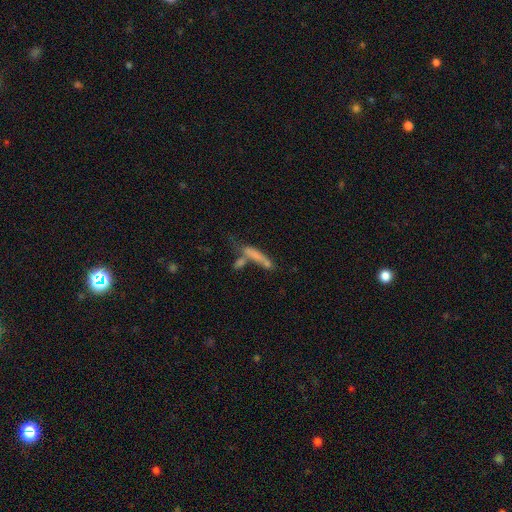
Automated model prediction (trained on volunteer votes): smooth 58%, featured or disk 29%, star or artifact 13%. Down the decision tree: how rounded — cigar-shaped (82%); merging — merger (36%).